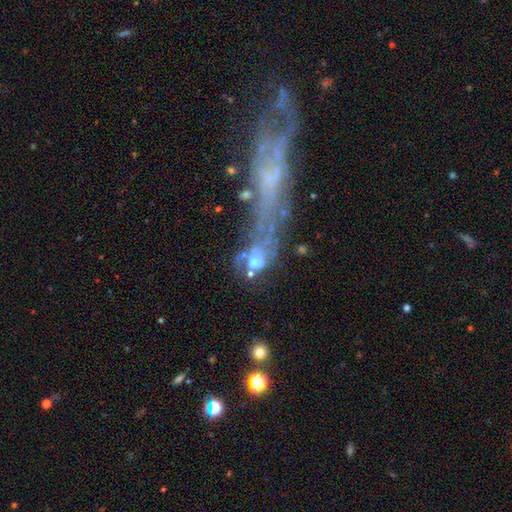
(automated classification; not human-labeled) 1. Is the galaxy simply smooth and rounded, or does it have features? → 50% featured or disk, 29% smooth, 21% star or artifact.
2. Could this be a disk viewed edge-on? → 90% no, 10% yes.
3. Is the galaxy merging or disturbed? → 39% merger, 33% major disturbance, 18% none, 10% minor disturbance.